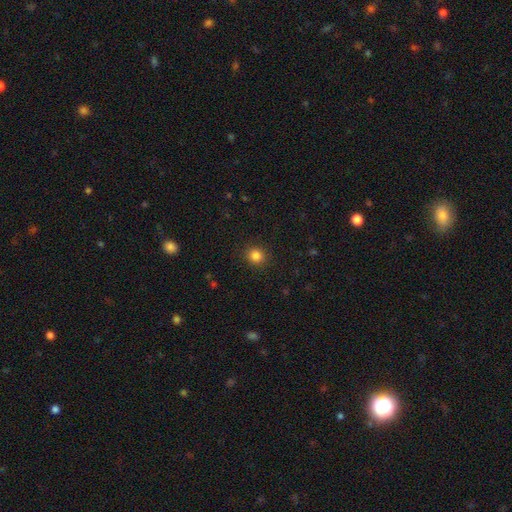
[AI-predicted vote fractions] This is clearly a smooth galaxy (84%). How rounded: clearly round (87%). Merging: clearly none (91%).